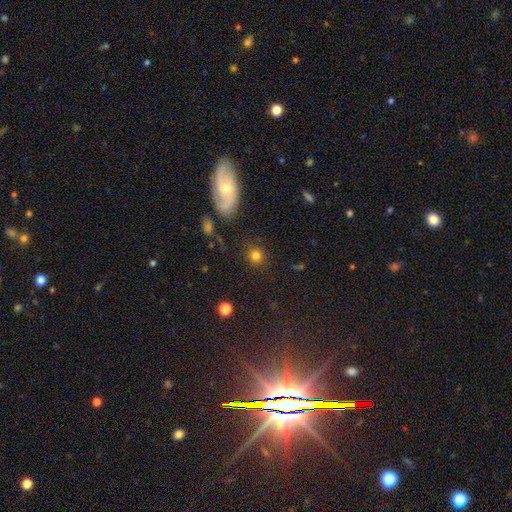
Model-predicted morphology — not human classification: smooth 78%, star or artifact 14%, featured or disk 8%. Down the decision tree: how rounded — round (85%); merging — none (84%).